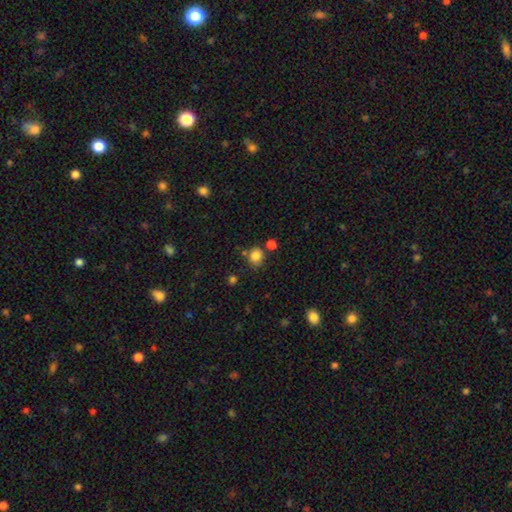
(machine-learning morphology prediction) The model was most divided on "merging": none: 68%, minor disturbance: 15%, merger: 12%, major disturbance: 5%. More confident: smooth or featured — smooth (83%); how rounded — round (77%).